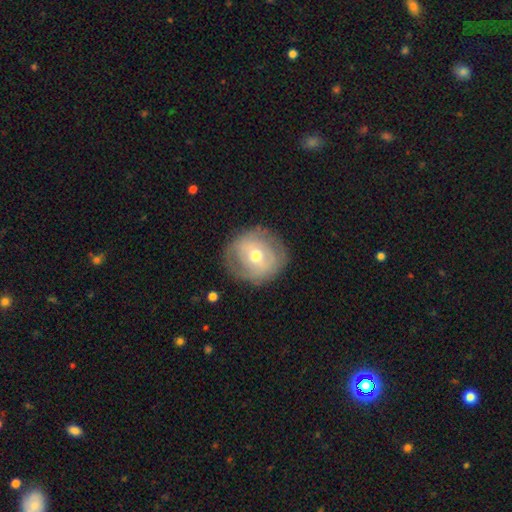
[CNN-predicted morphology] A featured or disk galaxy (52%). Merging: none (79%).